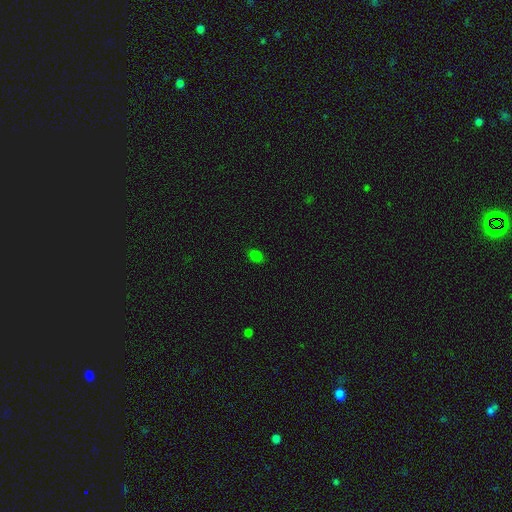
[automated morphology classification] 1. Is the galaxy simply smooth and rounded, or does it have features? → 78% smooth, 18% star or artifact, 4% featured or disk.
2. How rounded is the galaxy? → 63% in between, 35% round, 1% cigar-shaped.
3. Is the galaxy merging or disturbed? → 86% none, 10% minor disturbance, 2% major disturbance, 1% merger.